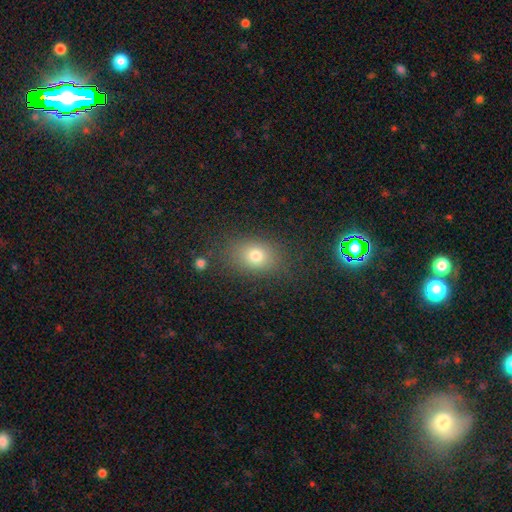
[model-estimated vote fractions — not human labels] Morphology: type=smooth (75%); roundness=in between (63%); merging=none (81%).